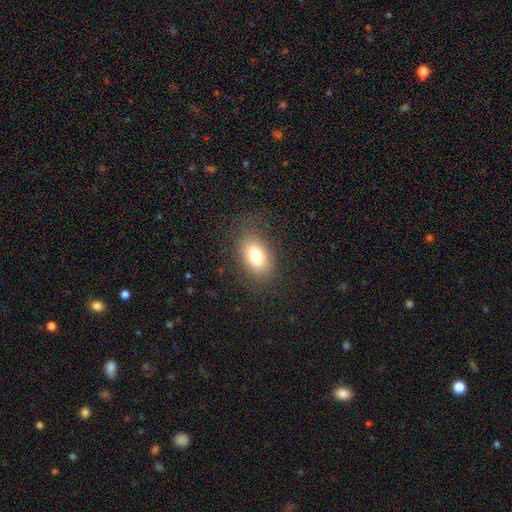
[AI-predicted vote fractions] Smooth or featured: smooth — 77% (featured or disk — 12%)
How rounded: in between — 85% (round — 13%)
Merging: none — 81% (minor disturbance — 12%)